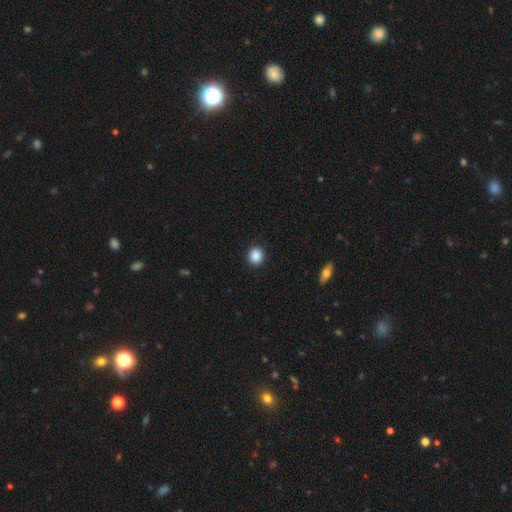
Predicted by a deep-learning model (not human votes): A smooth galaxy with no disk features (88%) that is round (84%).

Vote fractions:
- Smooth or featured? smooth: 88% / star or artifact: 9% / featured or disk: 3%
- How rounded? round: 84% / in between: 15% / cigar-shaped: 1%
- Merging? none: 91% / minor disturbance: 6% / major disturbance: 2% / merger: 1%